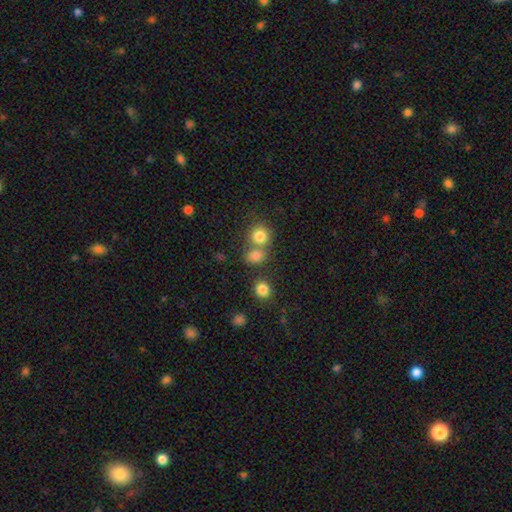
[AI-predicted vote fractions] Smooth or featured?
  - smooth: 79% *
  - star or artifact: 13%
  - featured or disk: 7%
How rounded?
  - round: 70% *
  - in between: 29%
  - cigar-shaped: 1%
Merging?
  - none: 51% *
  - merger: 37%
  - minor disturbance: 8%
  - major disturbance: 4%